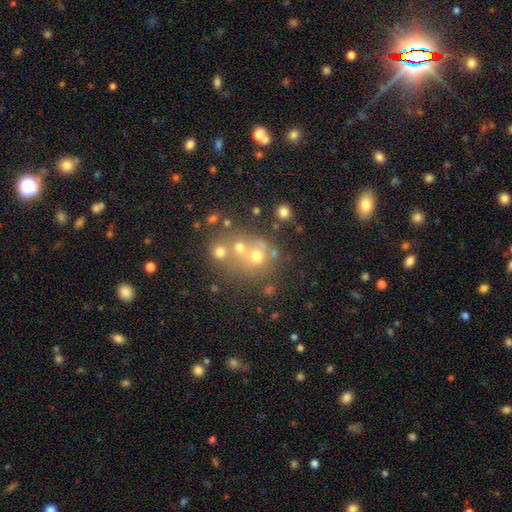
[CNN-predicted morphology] The model was most divided on "merging": none: 45%, merger: 39%, minor disturbance: 10%, major disturbance: 6%. More confident: how rounded — round (76%); smooth or featured — smooth (53%).